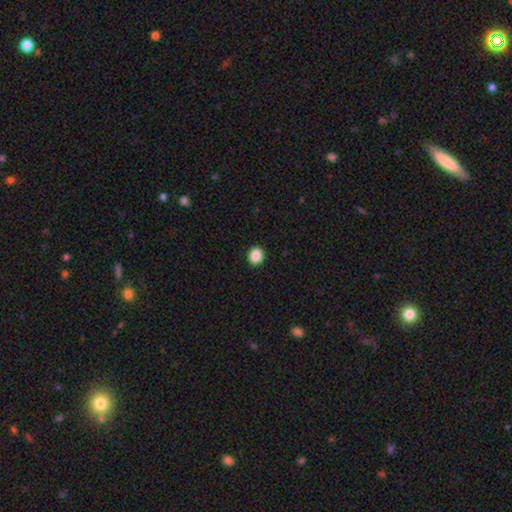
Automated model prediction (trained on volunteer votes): Smooth or featured?
  - smooth: 88% *
  - star or artifact: 9%
  - featured or disk: 3%
How rounded?
  - round: 74% *
  - in between: 25%
  - cigar-shaped: 1%
Merging?
  - none: 93% *
  - minor disturbance: 5%
  - major disturbance: 2%
  - merger: 1%